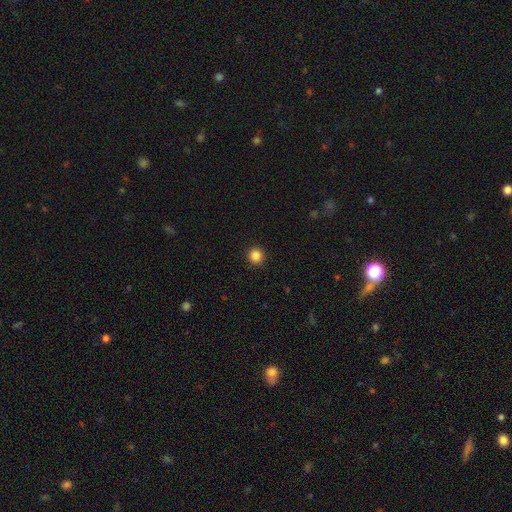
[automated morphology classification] type=smooth (86%); roundness=round (94%); merging=none (93%).